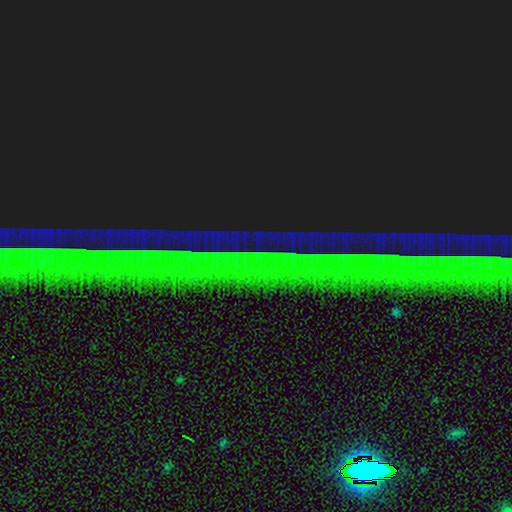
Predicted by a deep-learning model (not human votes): This is clearly a star or artifact rather than a galaxy (86%).